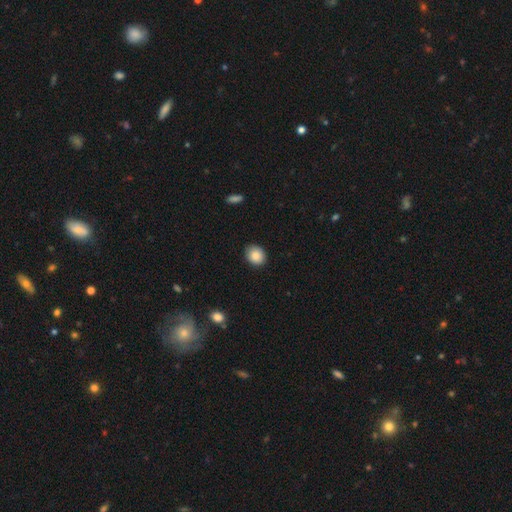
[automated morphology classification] smooth-or-featured: smooth: 87% | star or artifact: 8% | featured or disk: 5%
  how-rounded: round: 62% | in between: 37% | cigar-shaped: 1%
  merging: none: 88% | minor disturbance: 9% | major disturbance: 2% | merger: 1%